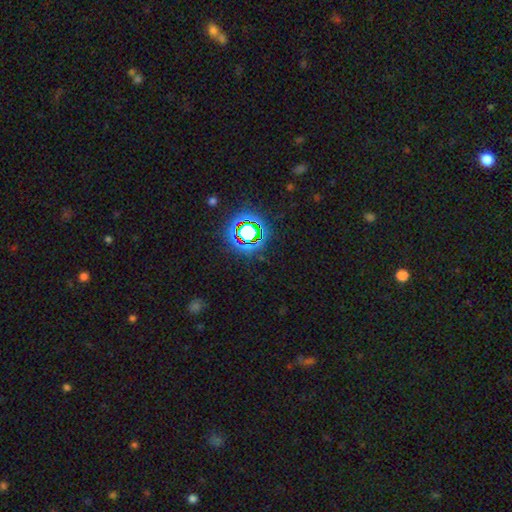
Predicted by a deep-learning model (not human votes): Overall: star or artifact (78%).